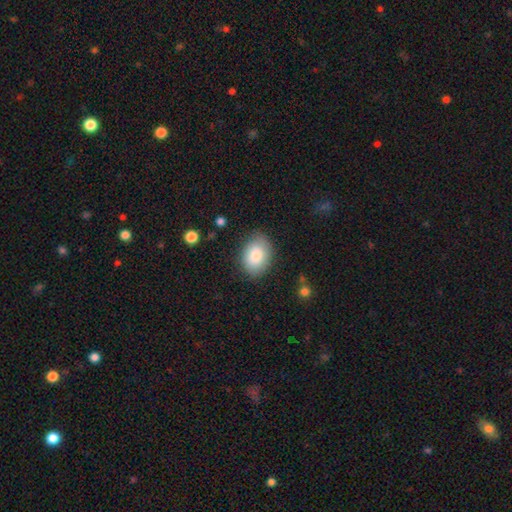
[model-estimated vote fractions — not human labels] Smooth or featured: smooth — 84% (featured or disk — 9%)
How rounded: in between — 76% (round — 23%)
Merging: none — 81% (minor disturbance — 14%)